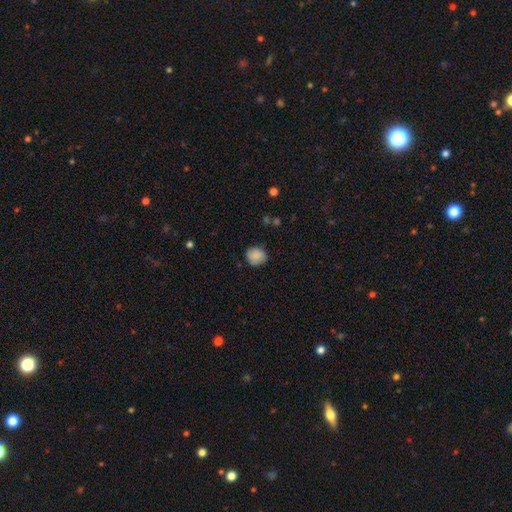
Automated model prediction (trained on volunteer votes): smooth 87%, star or artifact 8%, featured or disk 6%. Down the decision tree: how rounded — round (79%); merging — none (83%).